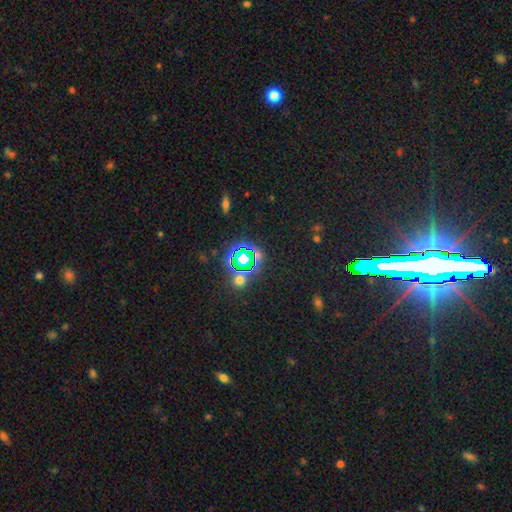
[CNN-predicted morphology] A star or artifact, not a galaxy (72%).

Vote fractions:
- Smooth or featured? star or artifact: 72% / smooth: 18% / featured or disk: 10%